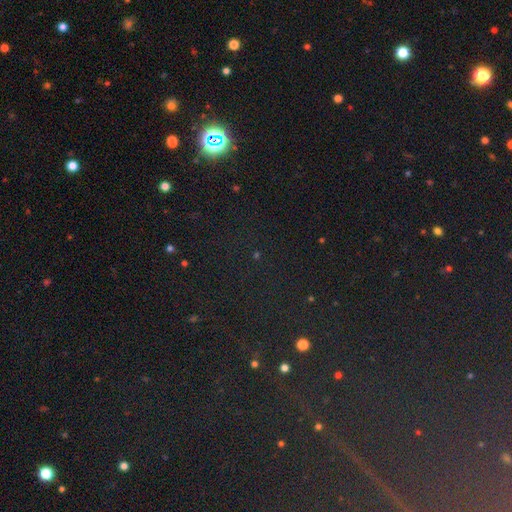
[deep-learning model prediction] Morphology: type=star or artifact (80%).